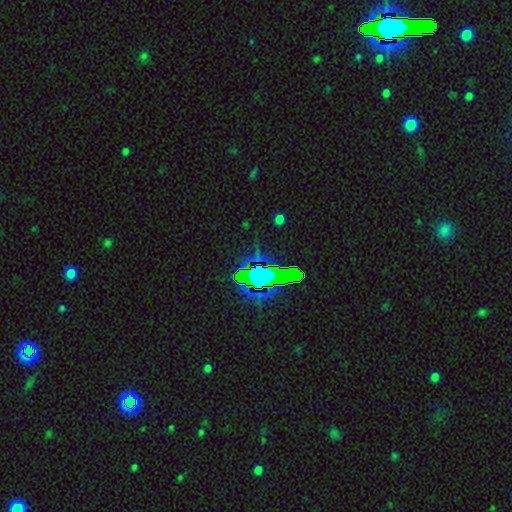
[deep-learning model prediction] This is likely a star or artifact rather than a galaxy (76%).